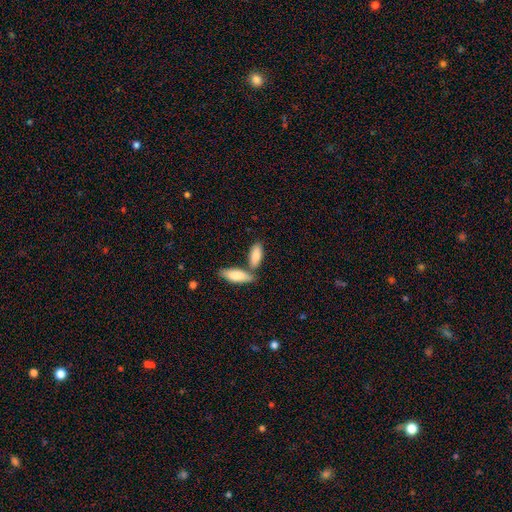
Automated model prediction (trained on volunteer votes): Smooth or featured? Predicted: smooth (p=0.84). How rounded? Predicted: in between (p=0.76). Merging? Predicted: none (p=0.52).